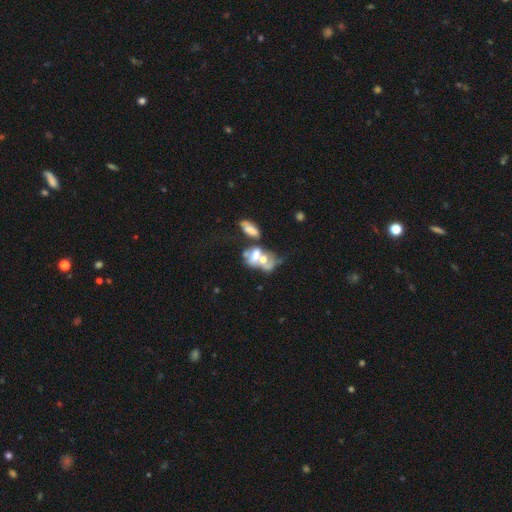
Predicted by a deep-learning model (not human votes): smooth_or_featured: smooth (p=0.45) [alt: featured or disk p=0.43]
merging: merger (p=0.66) [alt: none p=0.13]